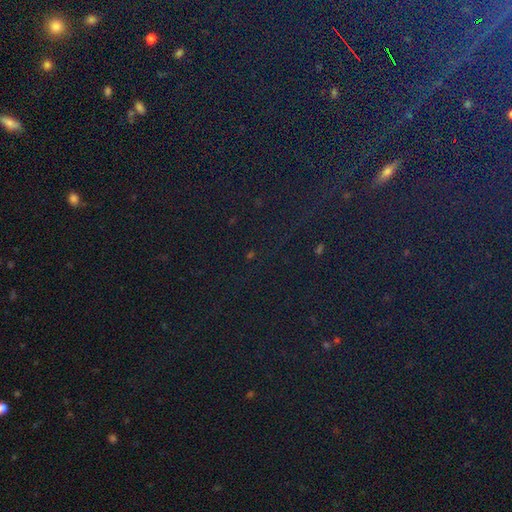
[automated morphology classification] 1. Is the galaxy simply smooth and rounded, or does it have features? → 84% star or artifact, 9% smooth, 7% featured or disk.